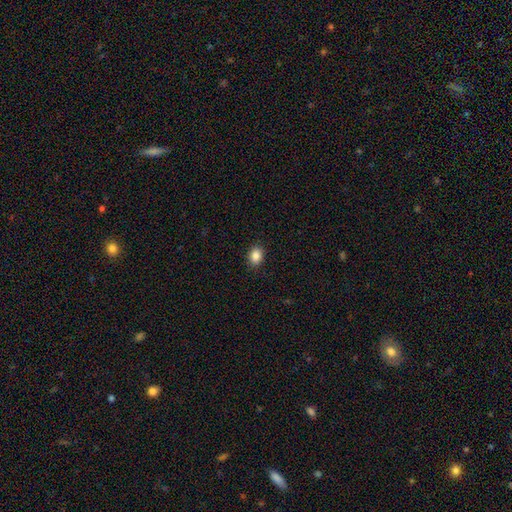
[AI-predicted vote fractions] smooth_or_featured: smooth (p=0.87) [alt: star or artifact p=0.09]
how_rounded: in between (p=0.65) [alt: round p=0.34]
merging: none (p=0.90) [alt: minor disturbance p=0.07]